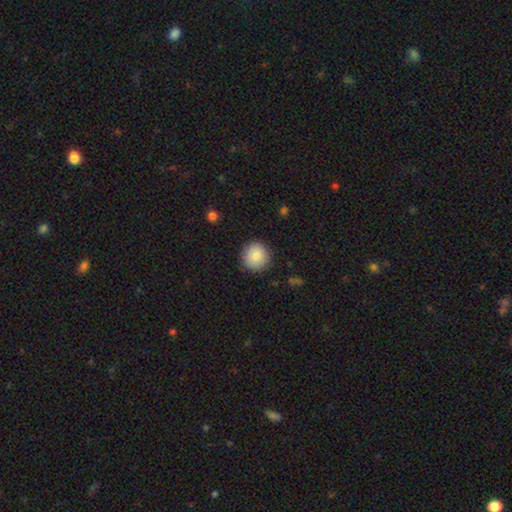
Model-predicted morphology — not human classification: A smooth galaxy with no disk features (86%) that is round (94%). Merging: none (90%).